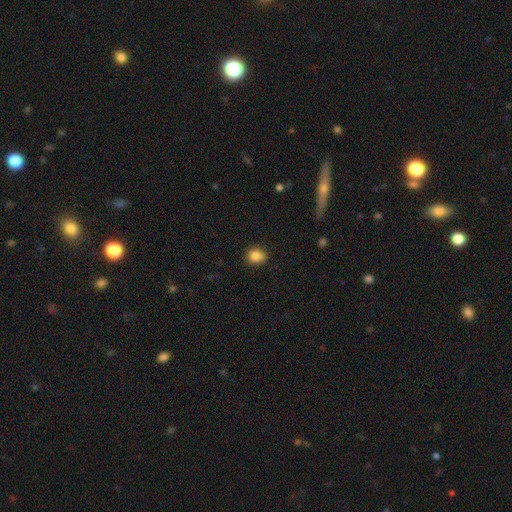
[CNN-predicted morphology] Overall: smooth (86%). How rounded: round (65%; in between 34%). Merging: none (85%).